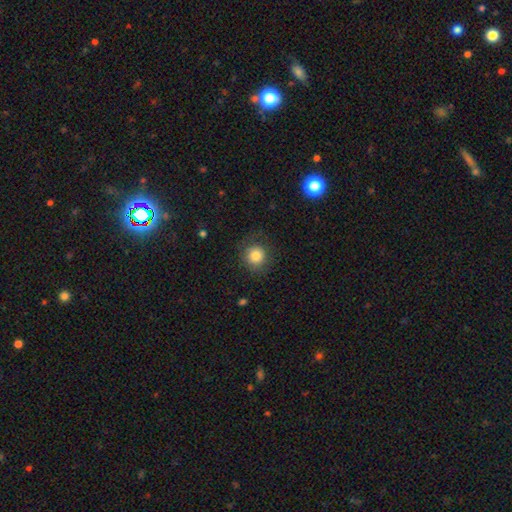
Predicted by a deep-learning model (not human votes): Smooth or featured? Predicted: smooth (p=0.81). How rounded? Predicted: round (p=0.90). Merging? Predicted: none (p=0.79).